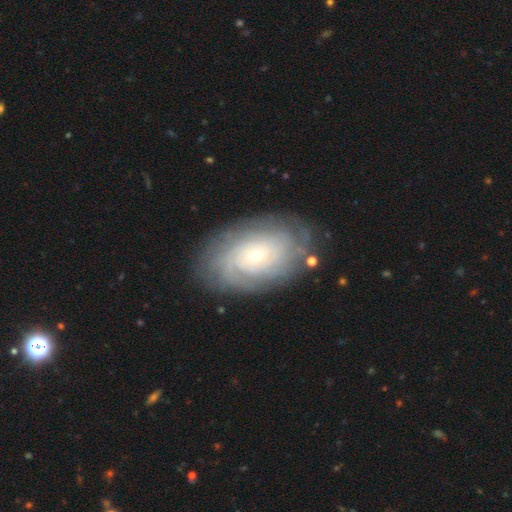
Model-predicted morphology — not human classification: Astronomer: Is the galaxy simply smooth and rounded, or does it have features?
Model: featured or disk — 78%.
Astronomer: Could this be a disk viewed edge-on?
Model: no — 96%.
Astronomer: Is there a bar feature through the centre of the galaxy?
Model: no — 81%.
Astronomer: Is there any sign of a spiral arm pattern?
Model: yes — 91%.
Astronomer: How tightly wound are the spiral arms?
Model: tight — 80%.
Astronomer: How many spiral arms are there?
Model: can't tell — 48%.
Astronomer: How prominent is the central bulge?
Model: small — 67%.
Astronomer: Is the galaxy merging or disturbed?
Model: none — 80%.